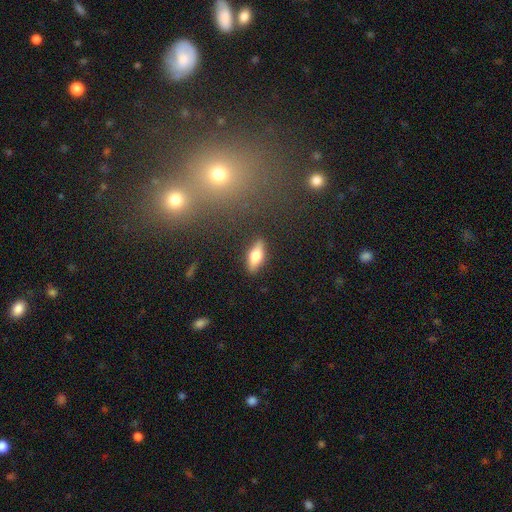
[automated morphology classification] A smooth galaxy with no disk features (60%) that is in between round and cigar-shaped (66%). Merging: none (87%).